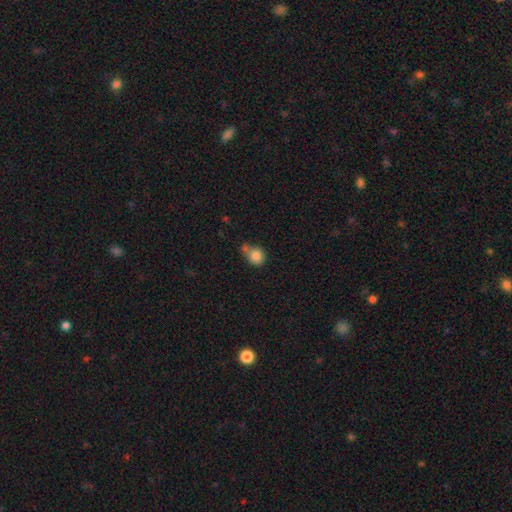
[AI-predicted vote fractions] Overall: smooth (82%). How rounded: round (74%). Merging: none (45%; merger 28%).